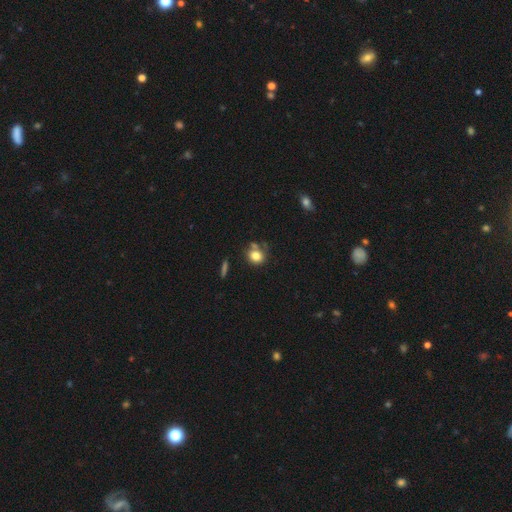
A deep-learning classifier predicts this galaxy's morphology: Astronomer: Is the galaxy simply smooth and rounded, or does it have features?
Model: smooth — 80%.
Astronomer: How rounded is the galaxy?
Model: round — 70%.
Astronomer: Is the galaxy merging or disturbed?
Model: none — 60%.